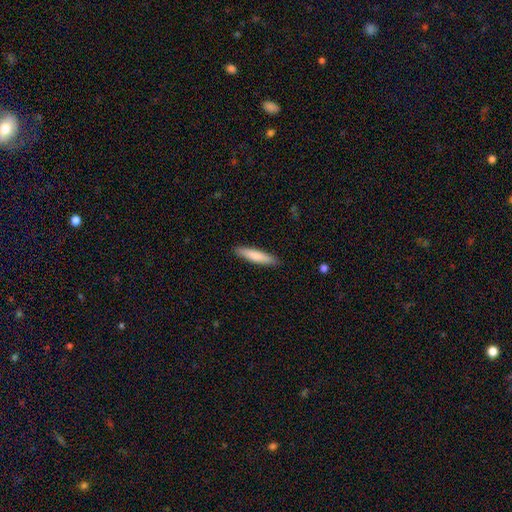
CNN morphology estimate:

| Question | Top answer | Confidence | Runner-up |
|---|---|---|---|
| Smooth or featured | smooth | 80% | featured or disk (15%) |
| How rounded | cigar-shaped | 87% | in between (12%) |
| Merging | none | 90% | minor disturbance (8%) |